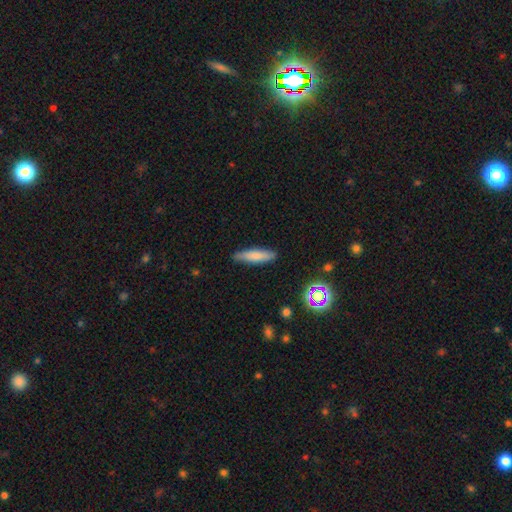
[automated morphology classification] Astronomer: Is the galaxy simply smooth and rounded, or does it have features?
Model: smooth — 76%.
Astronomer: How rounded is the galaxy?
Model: cigar-shaped — 75%.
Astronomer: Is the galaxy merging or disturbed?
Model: none — 84%.